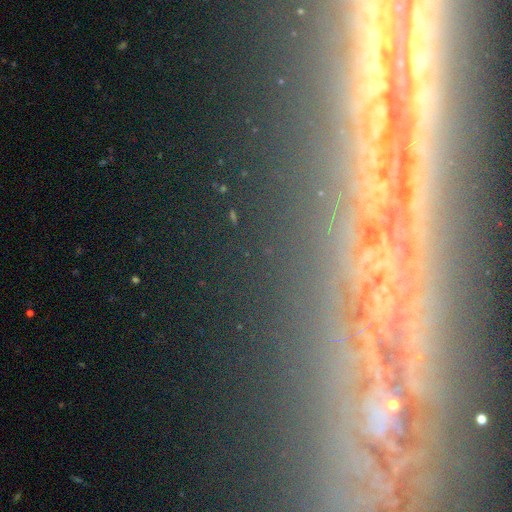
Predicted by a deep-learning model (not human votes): Smooth or featured: star or artifact — 49% (featured or disk — 33%)